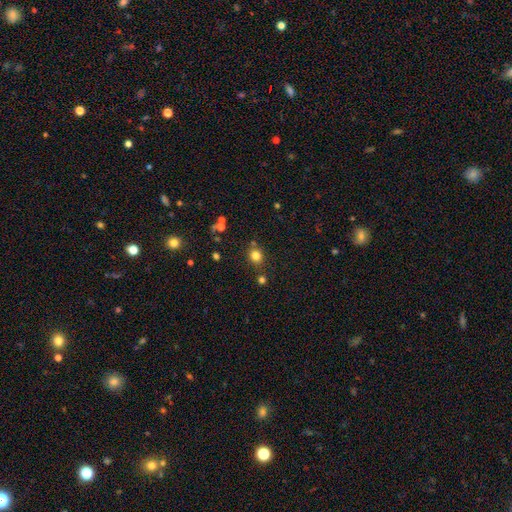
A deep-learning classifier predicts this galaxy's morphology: A smooth galaxy with no disk features (79%) that is round (82%). Merging: none (79%).